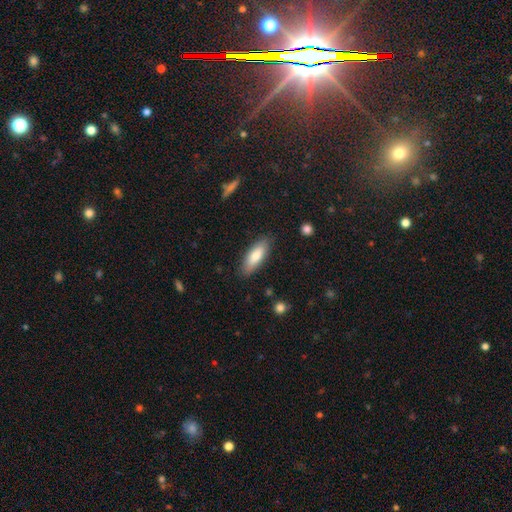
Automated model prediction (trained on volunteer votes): smooth_or_featured: smooth (p=0.76) [alt: featured or disk p=0.18]
how_rounded: in between (p=0.63) [alt: cigar-shaped p=0.35]
merging: none (p=0.86) [alt: minor disturbance p=0.10]